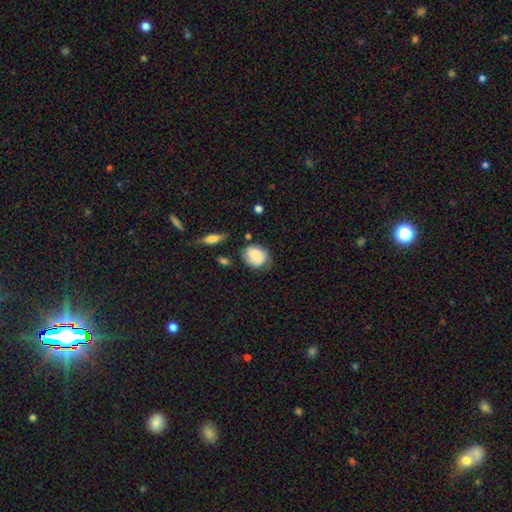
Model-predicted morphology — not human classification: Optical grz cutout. It shows a smooth galaxy with no disk features (76%) that is in between round and cigar-shaped (53%). Merging: none (56%).